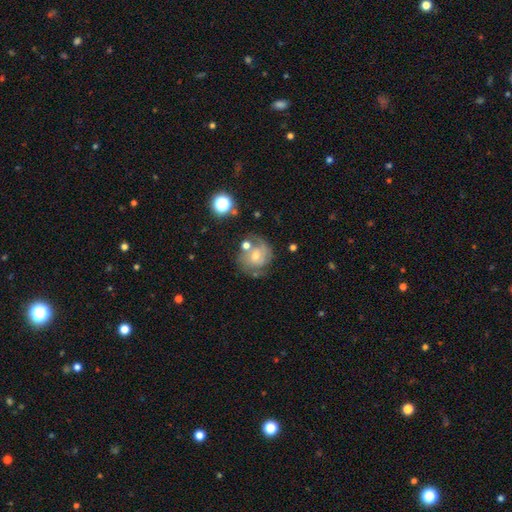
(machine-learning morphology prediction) A featured or disk galaxy (62%) with no bar (64%), spiral arms (80%) and a moderate central bulge (48%). Merging: none (54%).